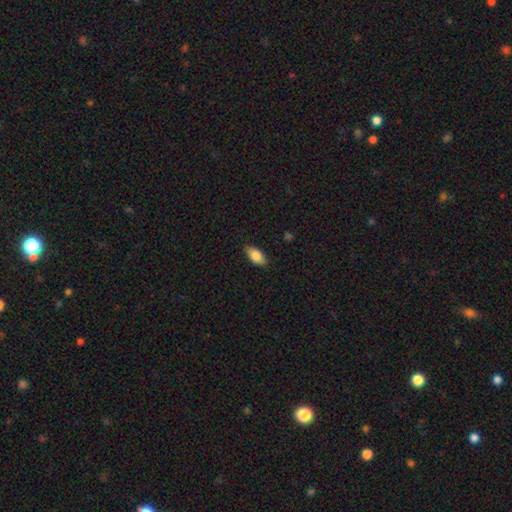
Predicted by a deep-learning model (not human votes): This is clearly a smooth galaxy (82%). How rounded: clearly in between (89%). Merging: clearly none (85%).